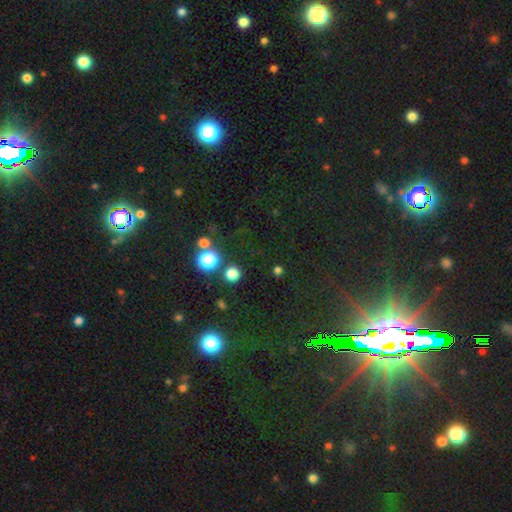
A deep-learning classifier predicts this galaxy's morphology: The model was most divided on "smooth or featured": star or artifact: 82%, smooth: 9%, featured or disk: 8%.